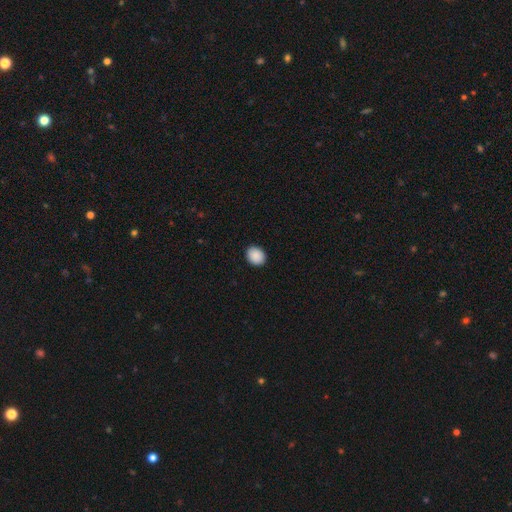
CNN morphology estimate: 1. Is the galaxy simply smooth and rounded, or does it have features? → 90% smooth, 7% star or artifact, 2% featured or disk.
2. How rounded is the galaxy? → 53% round, 47% in between, 1% cigar-shaped.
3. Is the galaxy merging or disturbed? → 91% none, 6% minor disturbance, 2% major disturbance, 1% merger.